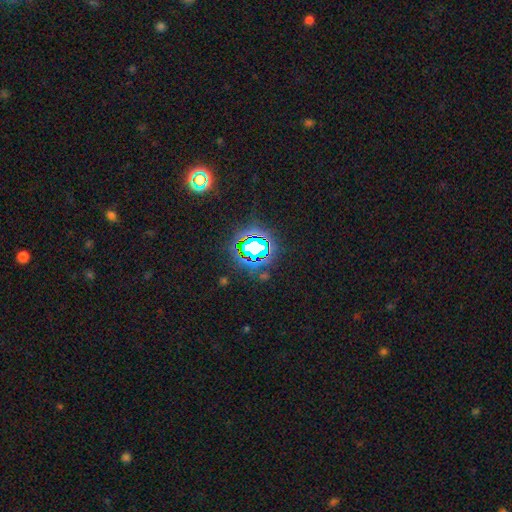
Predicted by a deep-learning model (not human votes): smooth-or-featured: star or artifact: 76% | smooth: 16% | featured or disk: 8%